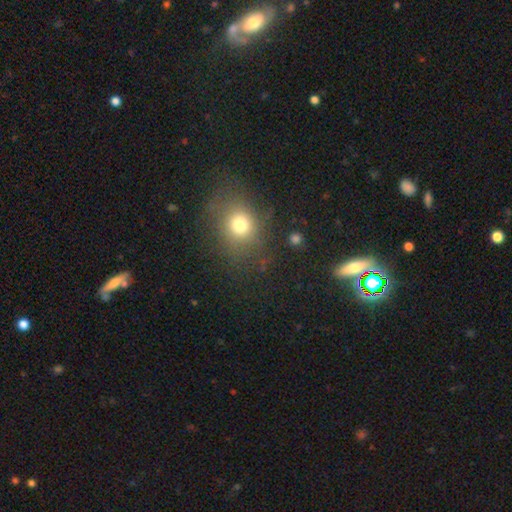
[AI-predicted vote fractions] A smooth galaxy with no disk features (63%) that is round (57%). Merging: none (79%).